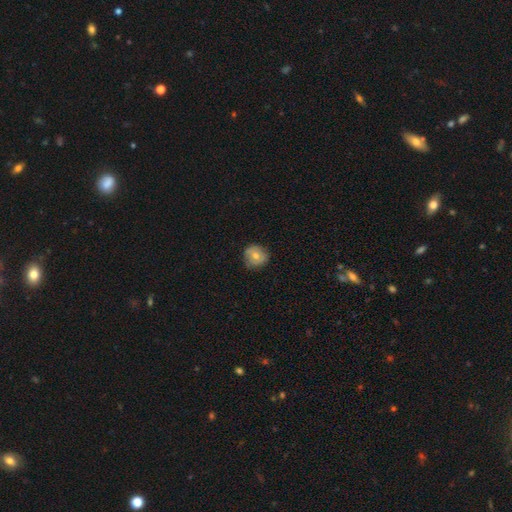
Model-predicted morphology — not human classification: This appears to be a smooth galaxy with no disk features (62%) that is round (88%). Merging: none (78%).